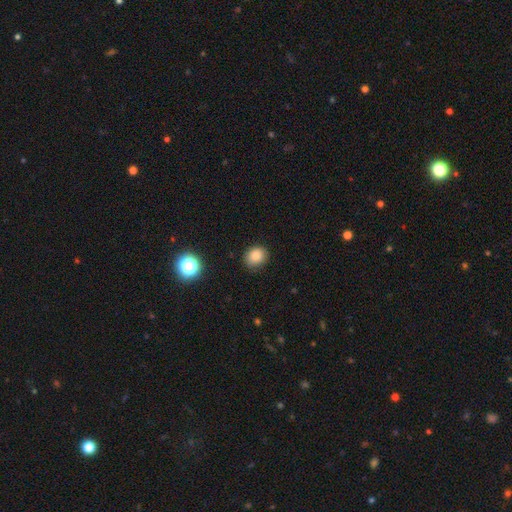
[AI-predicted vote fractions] Smooth or featured? Predicted: smooth (p=0.83). How rounded? Predicted: round (p=0.65). Merging? Predicted: none (p=0.83).